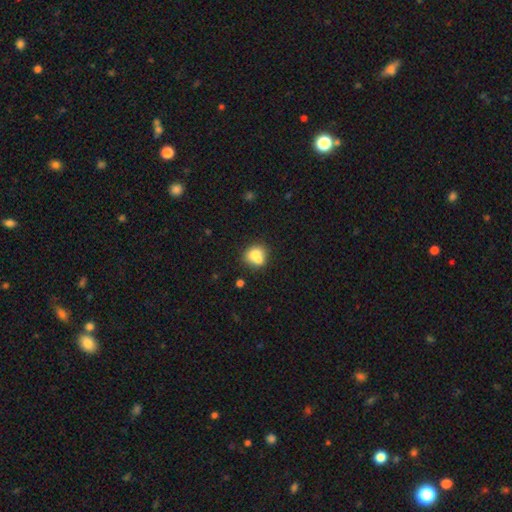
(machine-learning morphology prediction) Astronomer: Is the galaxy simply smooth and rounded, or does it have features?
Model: smooth — 74%.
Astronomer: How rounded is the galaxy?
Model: round — 75%.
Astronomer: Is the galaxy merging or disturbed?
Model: none — 45% (runner-up: merger, 38%).